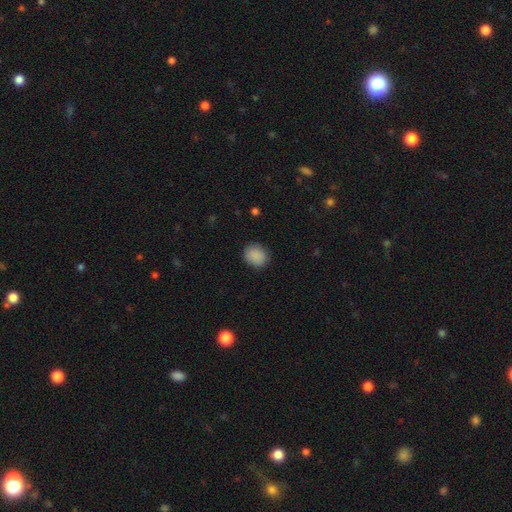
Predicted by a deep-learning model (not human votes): Morphology: type=smooth (89%); roundness=round (70%); merging=none (86%).